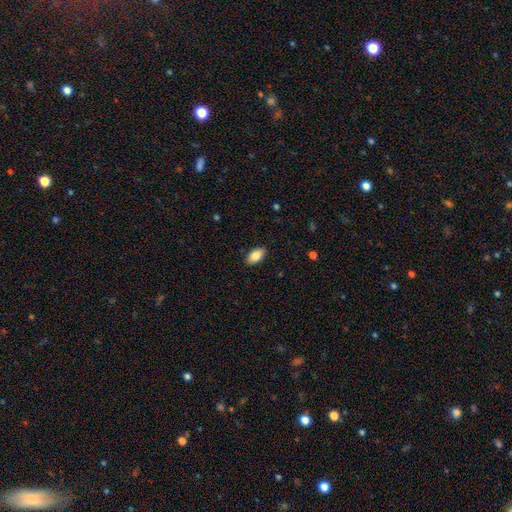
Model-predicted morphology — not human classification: Smooth or featured: smooth — 83% (featured or disk — 10%)
How rounded: in between — 93% (round — 4%)
Merging: none — 88% (minor disturbance — 9%)